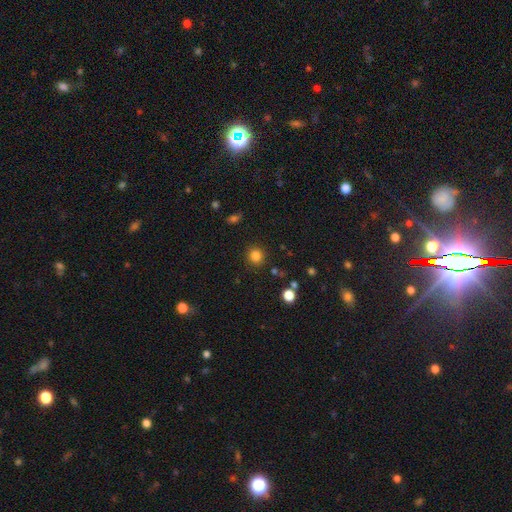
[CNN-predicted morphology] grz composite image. It shows a smooth galaxy with no disk features (83%) that is round (91%). Merging: none (89%).